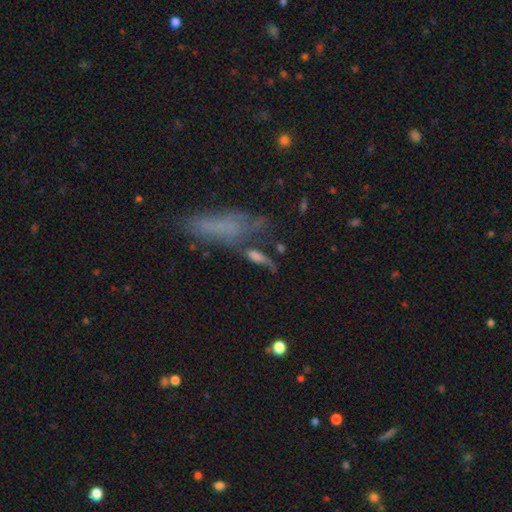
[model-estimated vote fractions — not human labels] This is possibly a smooth galaxy (47%). Merging: marginally none (43%).